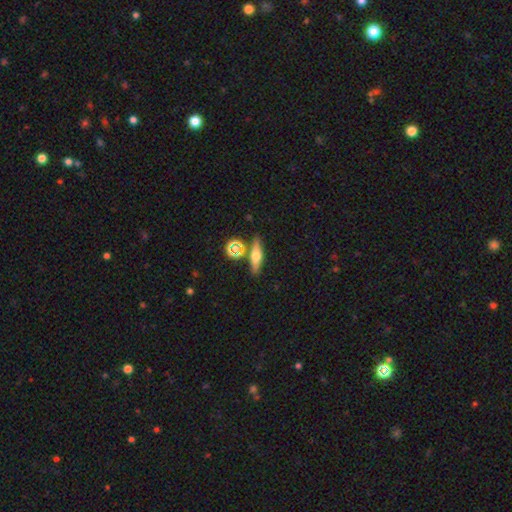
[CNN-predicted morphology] type=smooth (45%); merging=none (80%).